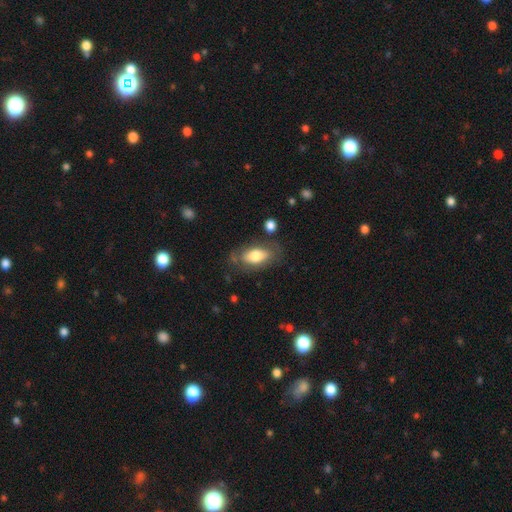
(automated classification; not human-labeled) A smooth galaxy with no disk features (67%) that is in between round and cigar-shaped (88%). Merging: none (69%).